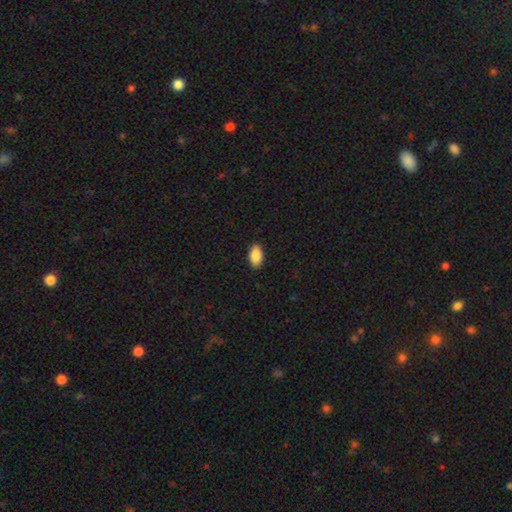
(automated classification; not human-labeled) Smooth or featured: smooth — 89% (star or artifact — 7%)
How rounded: in between — 94% (round — 3%)
Merging: none — 90% (minor disturbance — 7%)